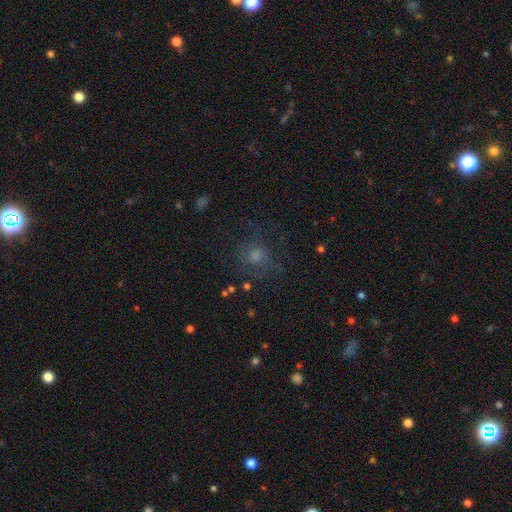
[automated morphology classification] smooth_or_featured: smooth (p=0.51) [alt: featured or disk p=0.29]
how_rounded: round (p=0.77) [alt: in between p=0.22]
merging: none (p=0.62) [alt: minor disturbance p=0.18]